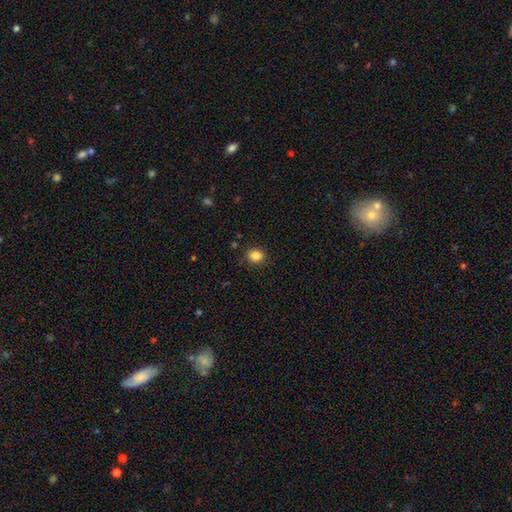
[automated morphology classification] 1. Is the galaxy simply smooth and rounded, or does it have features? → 86% smooth, 10% star or artifact, 4% featured or disk.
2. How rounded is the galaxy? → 55% round, 44% in between, 1% cigar-shaped.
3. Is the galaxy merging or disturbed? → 88% none, 8% minor disturbance, 2% major disturbance, 1% merger.